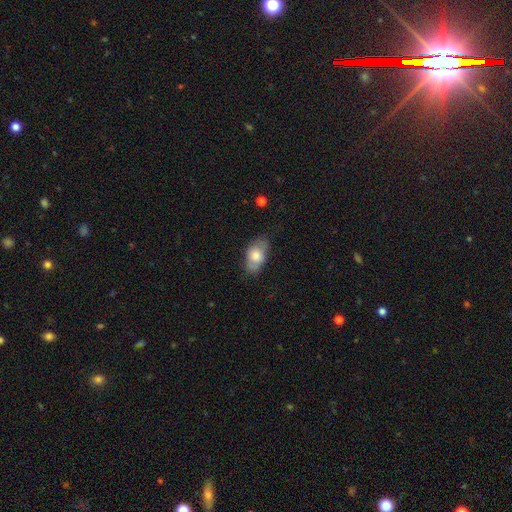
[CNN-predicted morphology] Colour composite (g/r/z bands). It shows a smooth galaxy with no disk features (71%) that is in between round and cigar-shaped (89%). Merging: none (68%).